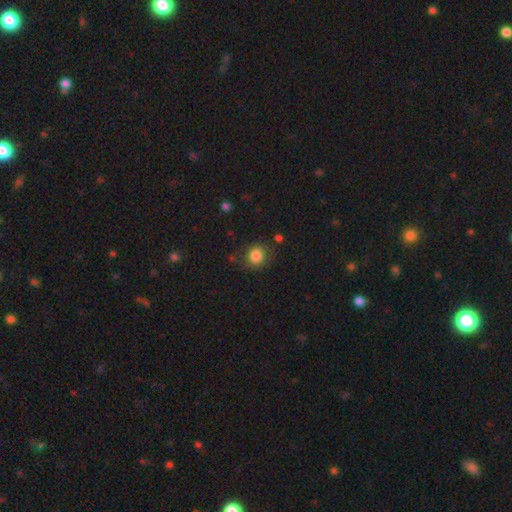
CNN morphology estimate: Smooth or featured?
  - smooth: 84% *
  - star or artifact: 10%
  - featured or disk: 6%
How rounded?
  - round: 82% *
  - in between: 17%
  - cigar-shaped: 1%
Merging?
  - none: 77% *
  - minor disturbance: 15%
  - major disturbance: 6%
  - merger: 3%